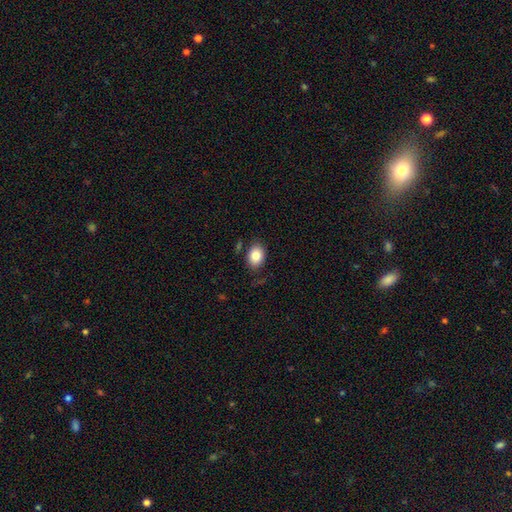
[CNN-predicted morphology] Q: Smooth or featured?
A: smooth (85%); runner-up: star or artifact (8%)
Q: How rounded?
A: in between (76%); runner-up: round (23%)
Q: Merging?
A: none (83%); runner-up: minor disturbance (12%)